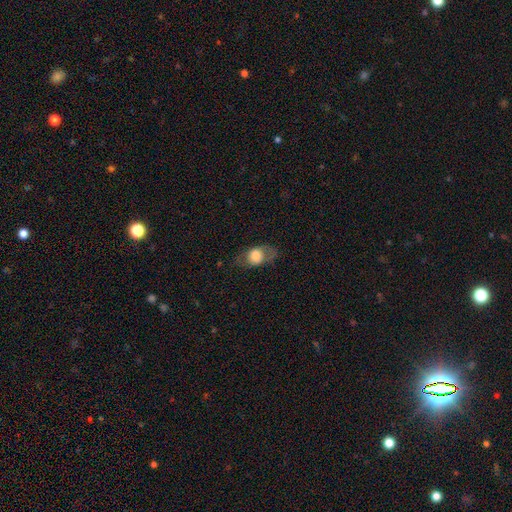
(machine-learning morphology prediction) A smooth galaxy with no disk features (62%) that is in between round and cigar-shaped (66%). Merging: none (66%).